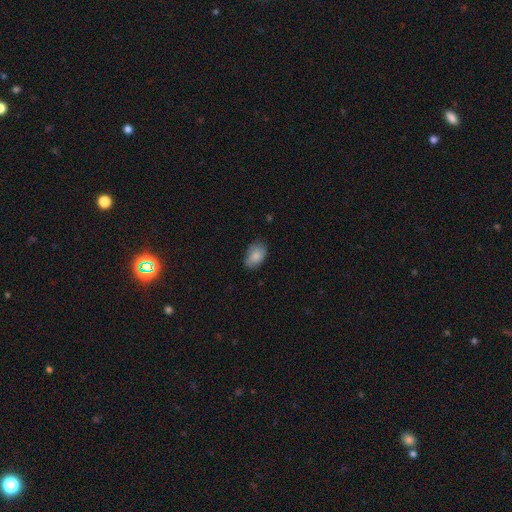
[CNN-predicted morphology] Overall: smooth (84%). How rounded: in between (88%). Merging: none (72%).